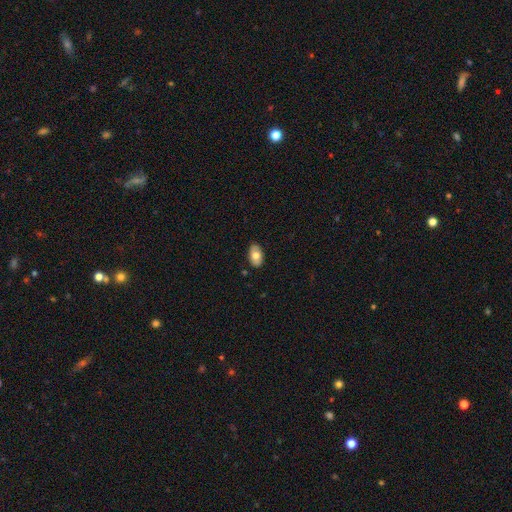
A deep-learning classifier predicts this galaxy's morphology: Smooth or featured? Predicted: smooth (p=0.71). How rounded? Predicted: in between (p=0.93). Merging? Predicted: none (p=0.87).